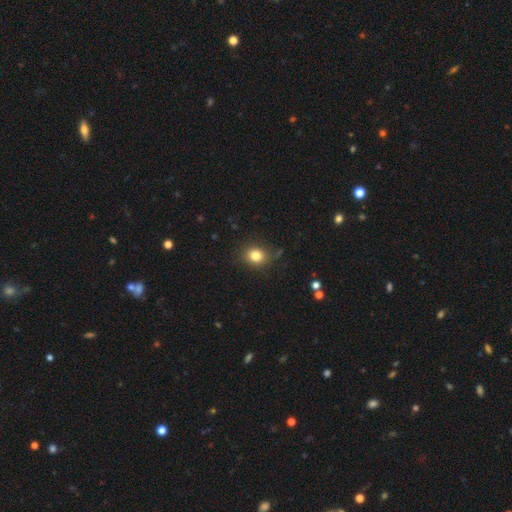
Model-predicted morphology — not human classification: smooth_or_featured: smooth (p=0.81) [alt: star or artifact p=0.12]
how_rounded: round (p=0.70) [alt: in between p=0.29]
merging: none (p=0.82) [alt: minor disturbance p=0.12]